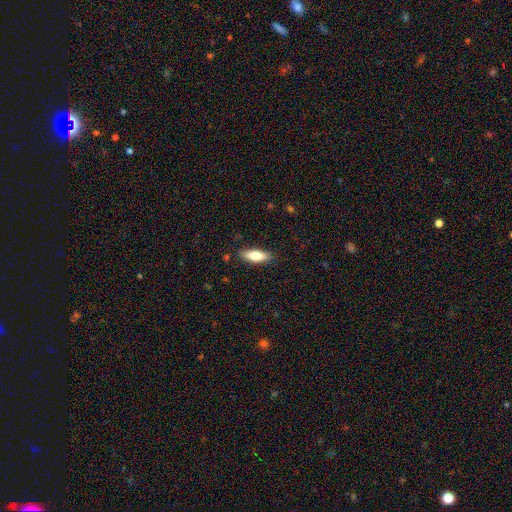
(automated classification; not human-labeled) smooth 70%, featured or disk 23%, star or artifact 6%. Down the decision tree: how rounded — in between (58%); merging — none (87%).